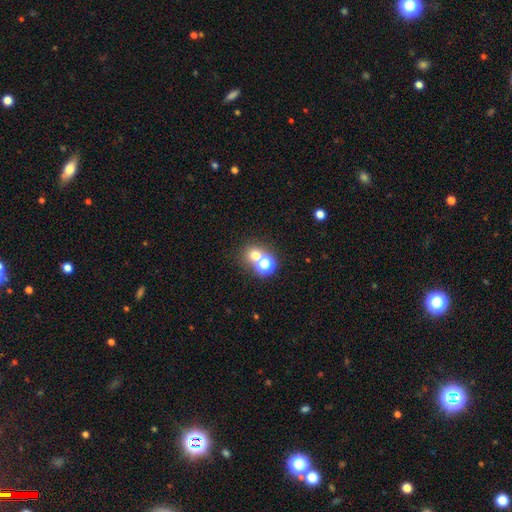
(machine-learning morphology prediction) This is likely a smooth galaxy (65%). How rounded: clearly round (85%). Merging: possibly none (55%).